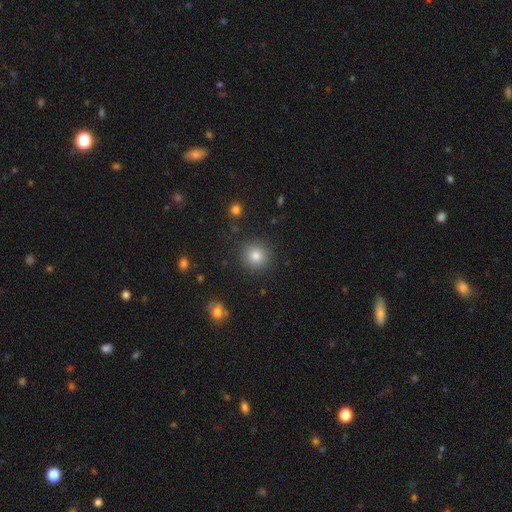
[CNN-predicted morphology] Smooth or featured: smooth — 82% (star or artifact — 11%)
How rounded: round — 92% (in between — 7%)
Merging: none — 90% (minor disturbance — 6%)